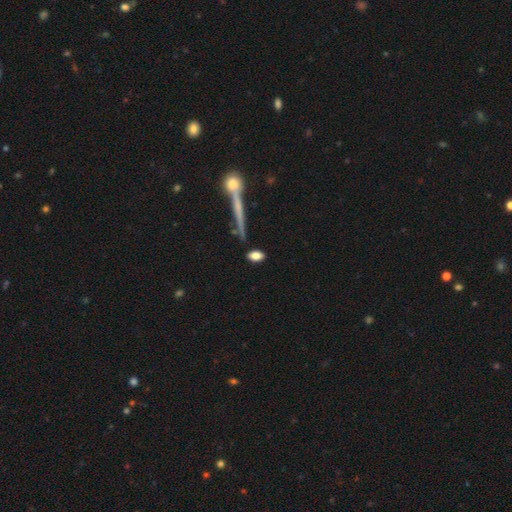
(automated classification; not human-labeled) The model was most divided on "merging": none: 80%, minor disturbance: 12%, merger: 5%, major disturbance: 3%. More confident: how rounded — in between (87%); smooth or featured — smooth (82%).